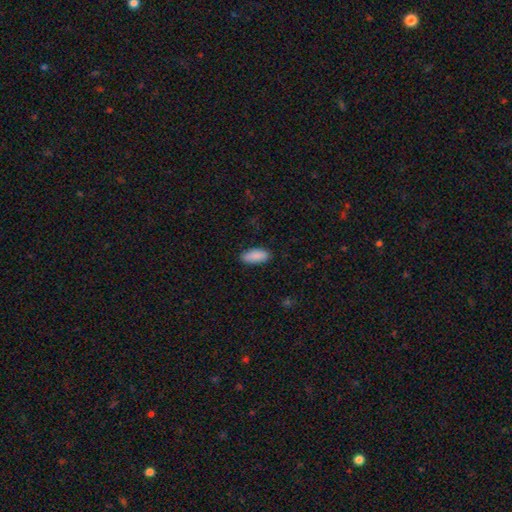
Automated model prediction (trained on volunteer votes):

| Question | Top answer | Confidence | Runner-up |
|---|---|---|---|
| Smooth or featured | smooth | 89% | star or artifact (6%) |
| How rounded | in between | 87% | cigar-shaped (11%) |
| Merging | none | 86% | minor disturbance (11%) |